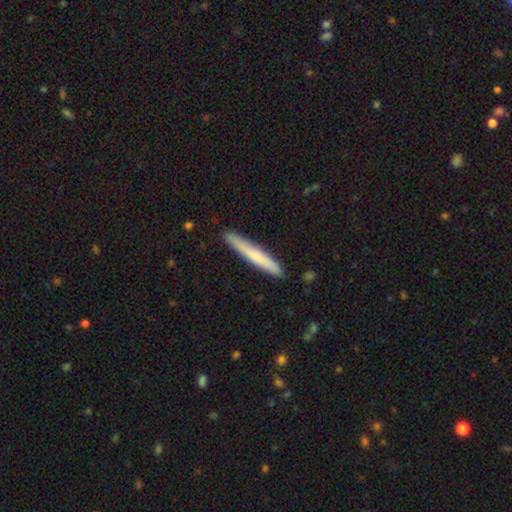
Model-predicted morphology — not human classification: Overall: smooth (68%). How rounded: cigar-shaped (96%). Merging: none (88%).